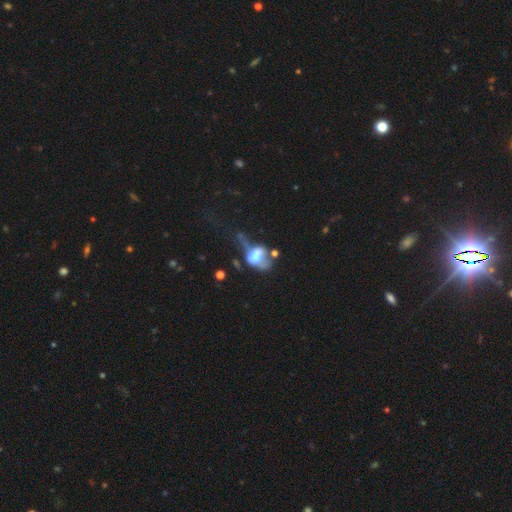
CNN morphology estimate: Smooth or featured: smooth — 46% (featured or disk — 41%)
Merging: major disturbance — 44% (merger — 29%)